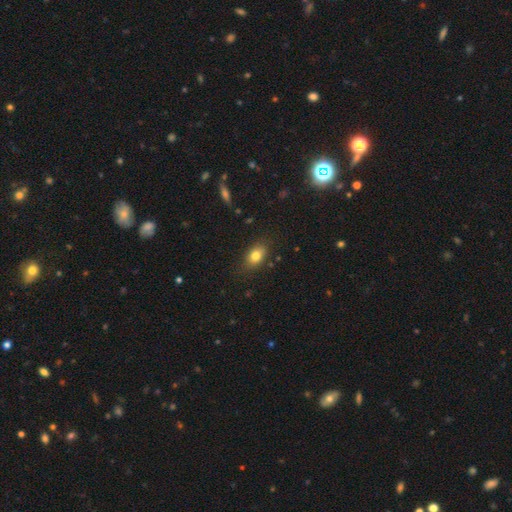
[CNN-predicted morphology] smooth_or_featured: smooth (p=0.80) [alt: featured or disk p=0.11]
how_rounded: in between (p=0.81) [alt: round p=0.16]
merging: none (p=0.81) [alt: minor disturbance p=0.14]